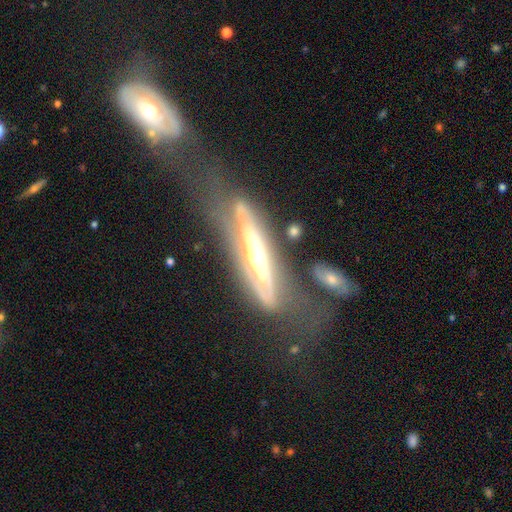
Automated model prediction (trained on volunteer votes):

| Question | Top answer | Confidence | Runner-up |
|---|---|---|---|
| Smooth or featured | featured or disk | 78% | smooth (16%) |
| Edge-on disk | yes | 56% | no (44%) |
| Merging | major disturbance | 32% | none (29%) |